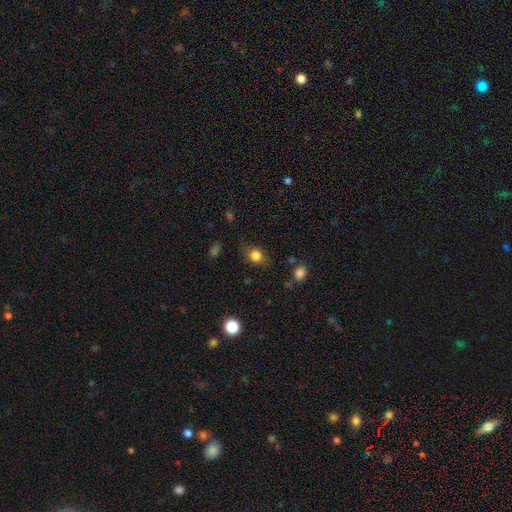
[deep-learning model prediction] Smooth or featured: smooth — 83% (star or artifact — 12%)
How rounded: round — 64% (in between — 35%)
Merging: none — 78% (minor disturbance — 15%)